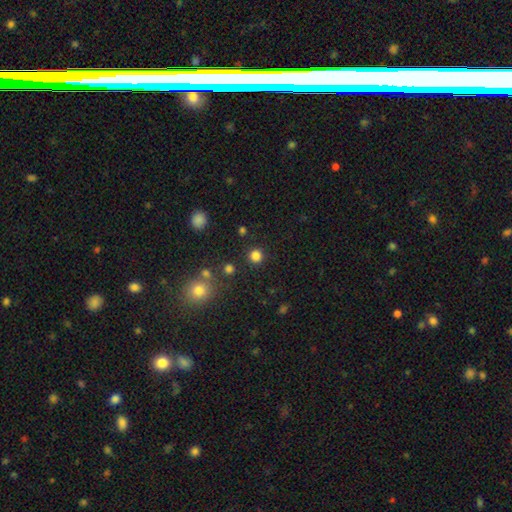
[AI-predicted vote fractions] smooth_or_featured: smooth (p=0.82) [alt: star or artifact p=0.14]
how_rounded: round (p=0.94) [alt: in between p=0.05]
merging: none (p=0.89) [alt: minor disturbance p=0.05]